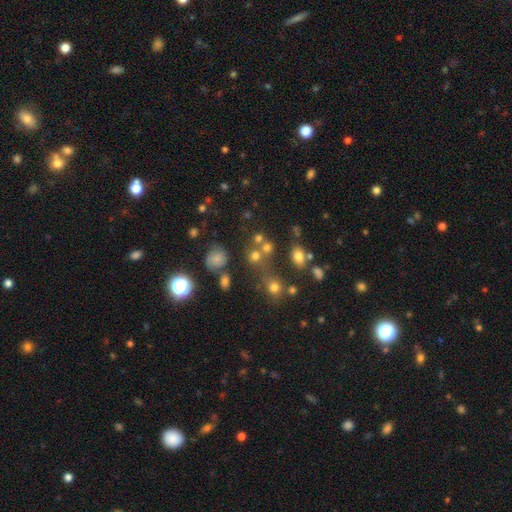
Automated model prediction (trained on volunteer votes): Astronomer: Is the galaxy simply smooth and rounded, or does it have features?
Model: smooth — 66%.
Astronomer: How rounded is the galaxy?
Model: round — 82%.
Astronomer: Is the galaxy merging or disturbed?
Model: none — 53% (runner-up: merger, 30%).